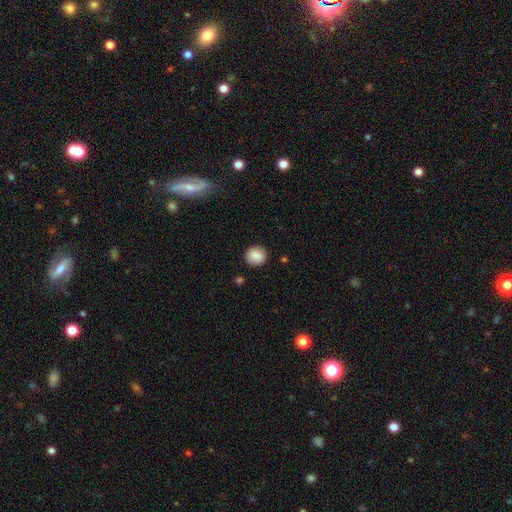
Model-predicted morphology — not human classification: smooth-or-featured: smooth: 88% | star or artifact: 8% | featured or disk: 4%
  how-rounded: round: 85% | in between: 14% | cigar-shaped: 1%
  merging: none: 89% | minor disturbance: 8% | major disturbance: 2% | merger: 1%